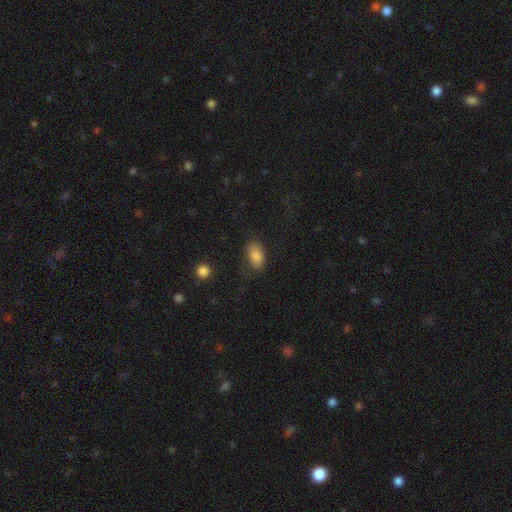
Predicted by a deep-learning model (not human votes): A smooth galaxy with no disk features (83%) that is in between round and cigar-shaped (91%).

Vote fractions:
- Smooth or featured? smooth: 83% / featured or disk: 9% / star or artifact: 8%
- How rounded? in between: 91% / round: 7% / cigar-shaped: 2%
- Merging? none: 74% / minor disturbance: 17% / major disturbance: 7% / merger: 2%